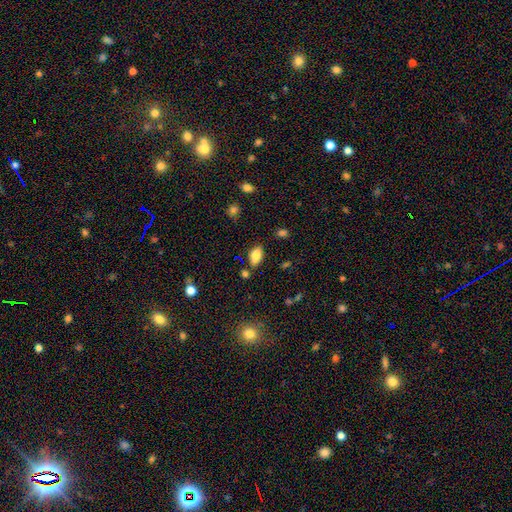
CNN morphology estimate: smooth 83%, star or artifact 9%, featured or disk 8%. Down the decision tree: how rounded — in between (91%); merging — none (78%).